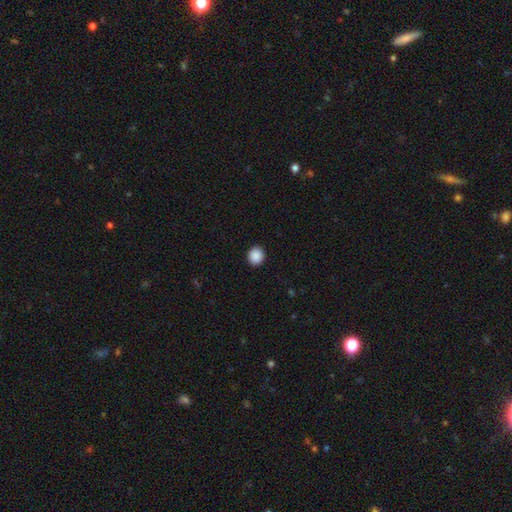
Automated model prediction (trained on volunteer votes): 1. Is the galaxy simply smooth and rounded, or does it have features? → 89% smooth, 8% star or artifact, 2% featured or disk.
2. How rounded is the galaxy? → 77% round, 22% in between, 1% cigar-shaped.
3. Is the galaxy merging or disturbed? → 92% none, 5% minor disturbance, 2% major disturbance, 1% merger.